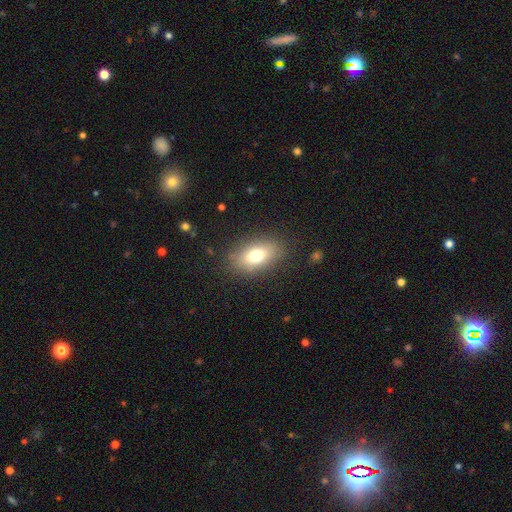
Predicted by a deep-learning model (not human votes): Q: Smooth or featured?
A: smooth (72%); runner-up: featured or disk (17%)
Q: How rounded?
A: in between (85%); runner-up: round (11%)
Q: Merging?
A: none (83%); runner-up: minor disturbance (11%)